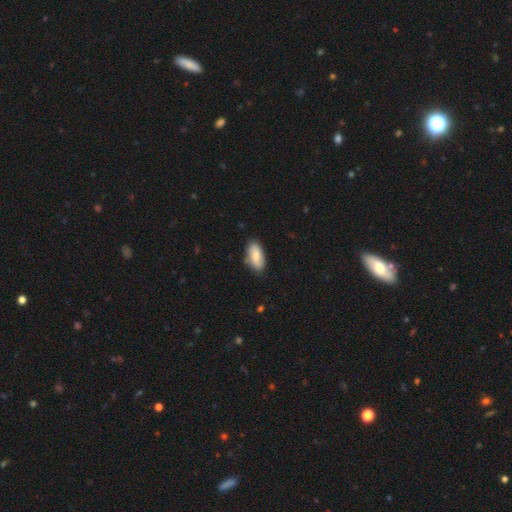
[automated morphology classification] smooth-or-featured: smooth: 75% | featured or disk: 19% | star or artifact: 6%
  how-rounded: in between: 91% | cigar-shaped: 6% | round: 3%
  merging: none: 80% | minor disturbance: 16% | major disturbance: 3% | merger: 2%